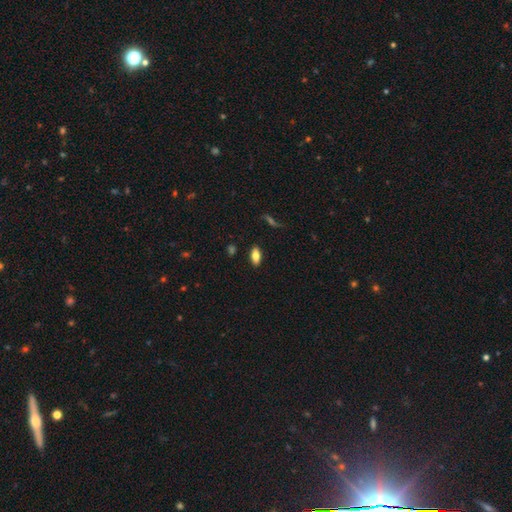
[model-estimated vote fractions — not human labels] Morphology: type=smooth (77%); roundness=in between (87%); merging=none (88%).